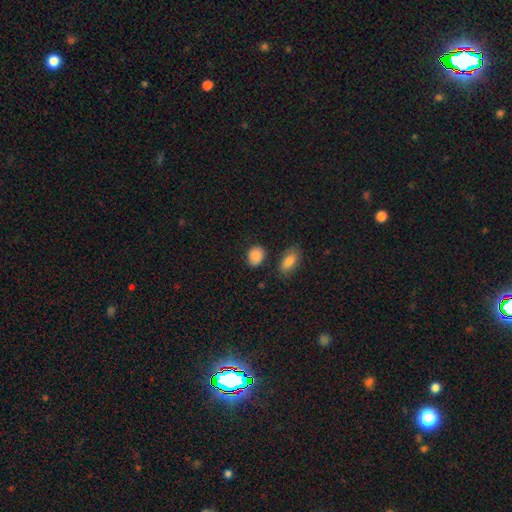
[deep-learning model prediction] Smooth or featured?
  - smooth: 87% *
  - star or artifact: 8%
  - featured or disk: 4%
How rounded?
  - in between: 54% *
  - round: 45%
  - cigar-shaped: 2%
Merging?
  - none: 79% *
  - minor disturbance: 13%
  - merger: 5%
  - major disturbance: 3%